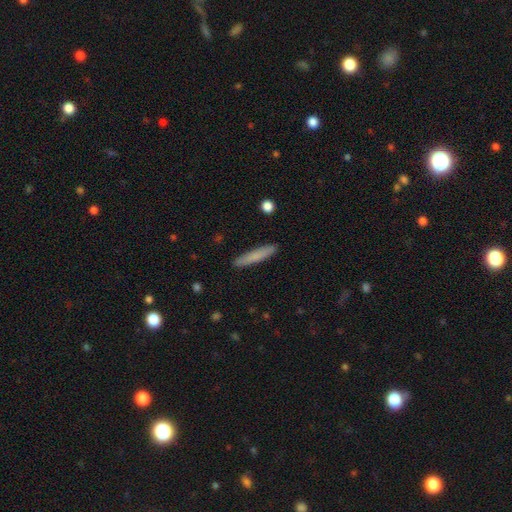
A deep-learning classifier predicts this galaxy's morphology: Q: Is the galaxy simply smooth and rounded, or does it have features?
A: smooth — 77%.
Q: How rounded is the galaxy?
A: cigar-shaped — 94%.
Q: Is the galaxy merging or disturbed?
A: none — 91%.